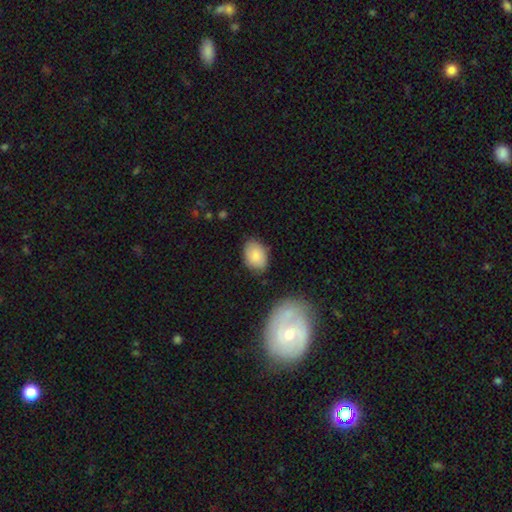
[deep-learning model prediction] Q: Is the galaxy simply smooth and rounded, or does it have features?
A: smooth — 83%.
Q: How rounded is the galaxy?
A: in between — 81%.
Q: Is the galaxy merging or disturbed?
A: none — 75%.